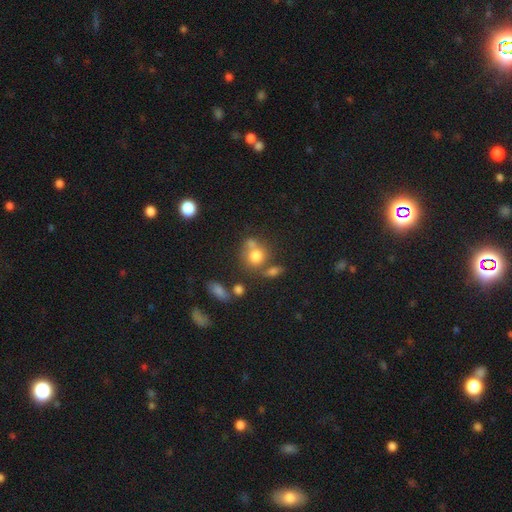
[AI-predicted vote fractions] Morphology: type=smooth (75%); roundness=round (75%); merging=none (48%).